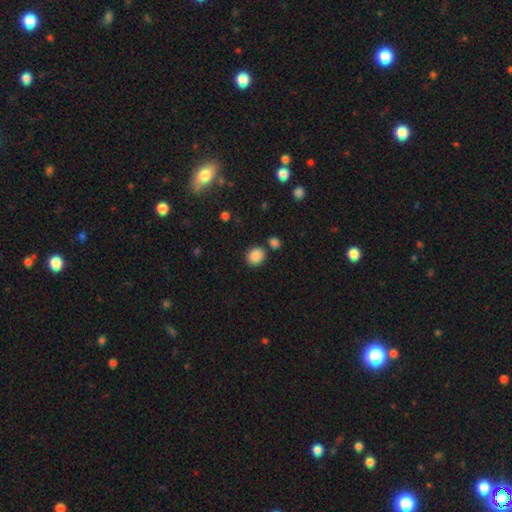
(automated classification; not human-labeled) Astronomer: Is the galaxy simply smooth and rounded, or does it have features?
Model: smooth — 87%.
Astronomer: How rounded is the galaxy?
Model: round — 76%.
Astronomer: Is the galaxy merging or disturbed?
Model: none — 80%.